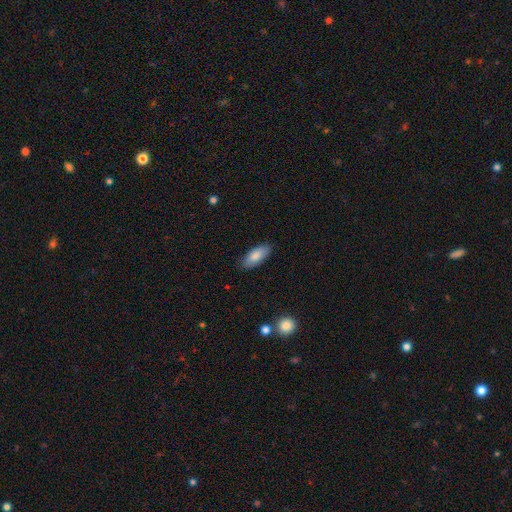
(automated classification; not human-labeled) Smooth or featured?
  - smooth: 84% *
  - featured or disk: 10%
  - star or artifact: 6%
How rounded?
  - in between: 83% *
  - cigar-shaped: 15%
  - round: 2%
Merging?
  - none: 86% *
  - minor disturbance: 10%
  - major disturbance: 2%
  - merger: 1%